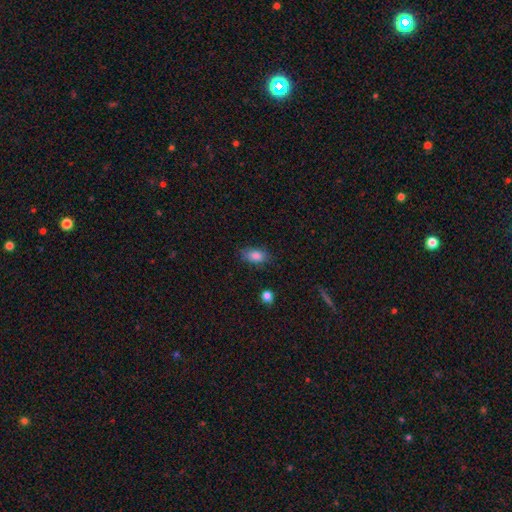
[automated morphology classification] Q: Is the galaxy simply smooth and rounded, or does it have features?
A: smooth — 84%.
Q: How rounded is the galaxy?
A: in between — 87%.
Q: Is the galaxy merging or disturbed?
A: none — 75%.